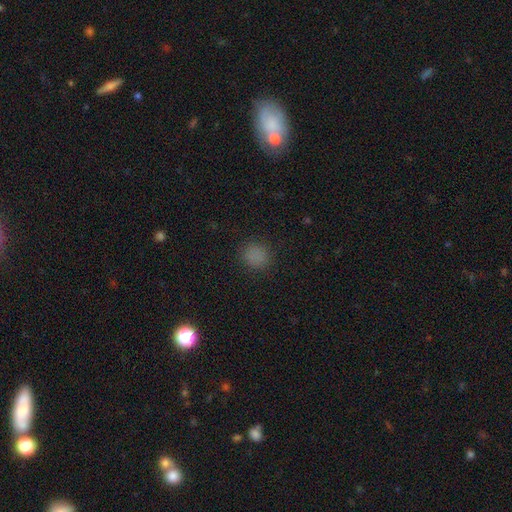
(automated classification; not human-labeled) Smooth or featured? smooth (80%)
How rounded? round (83%)
Merging? none (87%)